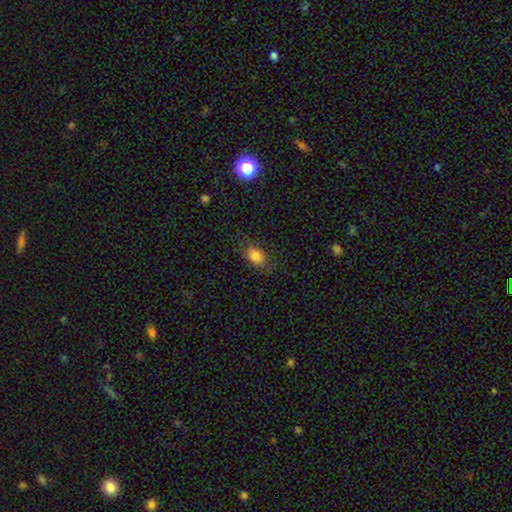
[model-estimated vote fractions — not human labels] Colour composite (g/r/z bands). It shows a smooth galaxy with no disk features (82%) that is in between round and cigar-shaped (80%). Merging: none (78%).